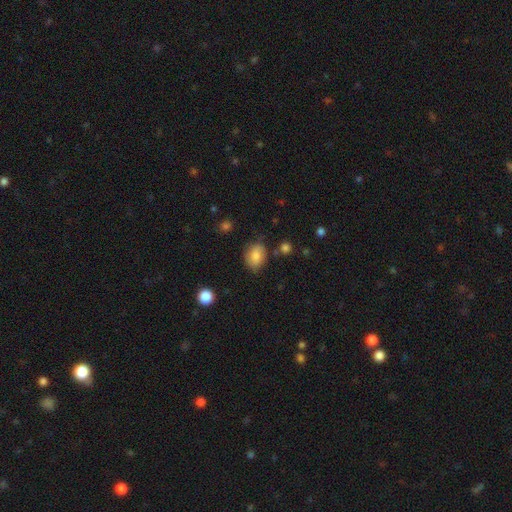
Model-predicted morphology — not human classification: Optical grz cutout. It shows a smooth galaxy with no disk features (79%) that is in between round and cigar-shaped (61%). Merging: none (72%).